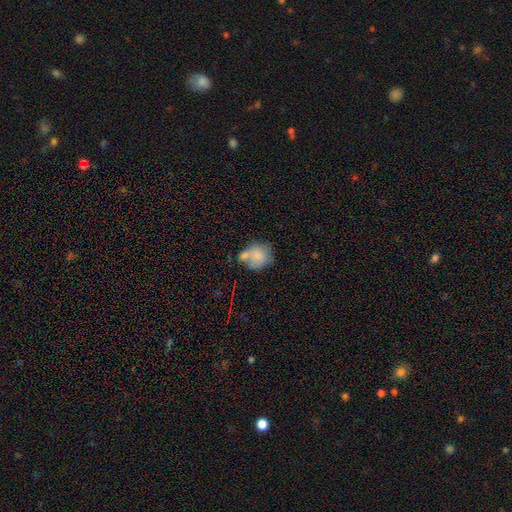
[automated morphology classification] A smooth galaxy with no disk features (75%) that is round (66%).

Vote fractions:
- Smooth or featured? smooth: 75% / featured or disk: 17% / star or artifact: 9%
- How rounded? round: 66% / in between: 33% / cigar-shaped: 1%
- Merging? none: 38% / merger: 35% / minor disturbance: 18% / major disturbance: 8%